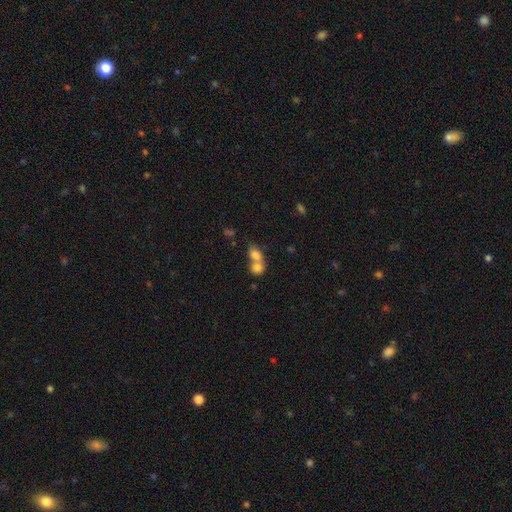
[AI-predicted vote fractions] Smooth or featured?
  - smooth: 78% *
  - featured or disk: 13%
  - star or artifact: 9%
How rounded?
  - in between: 61% *
  - round: 36%
  - cigar-shaped: 2%
Merging?
  - merger: 71% *
  - none: 20%
  - minor disturbance: 6%
  - major disturbance: 3%